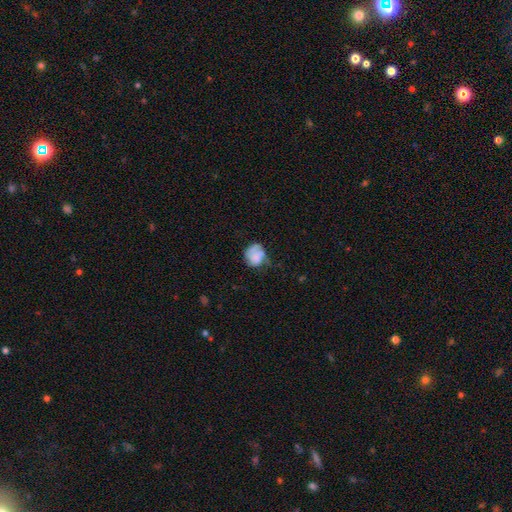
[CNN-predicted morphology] smooth 65%, featured or disk 27%, star or artifact 9%. Down the decision tree: how rounded — round (60%); merging — none (38%).